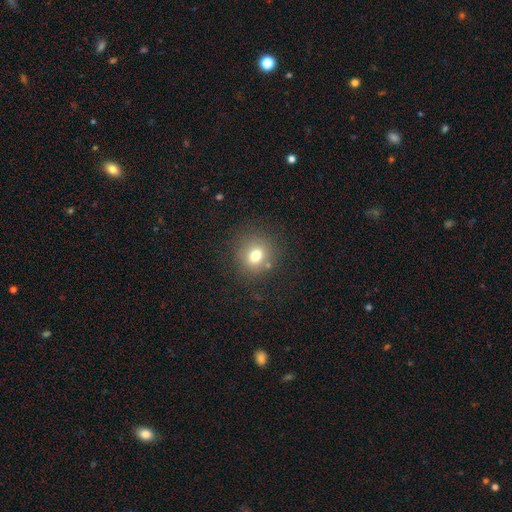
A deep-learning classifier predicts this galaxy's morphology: smooth-or-featured: smooth: 74% | star or artifact: 15% | featured or disk: 11%
  how-rounded: round: 81% | in between: 18% | cigar-shaped: 1%
  merging: none: 80% | minor disturbance: 11% | major disturbance: 5% | merger: 4%